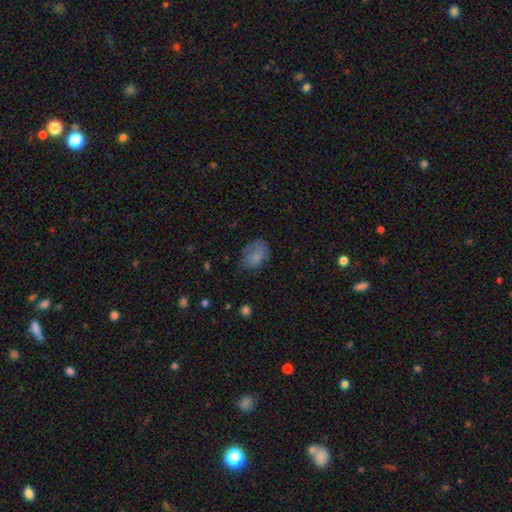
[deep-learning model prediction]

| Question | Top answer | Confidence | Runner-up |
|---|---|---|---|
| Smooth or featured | smooth | 72% | featured or disk (17%) |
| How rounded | in between | 75% | round (24%) |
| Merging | none | 51% | minor disturbance (29%) |